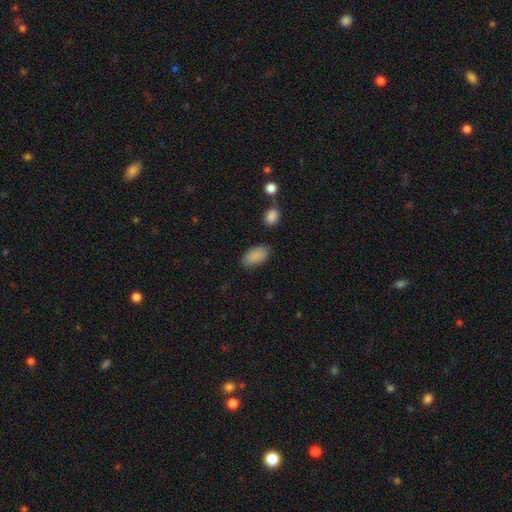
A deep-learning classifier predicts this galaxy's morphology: A smooth galaxy with no disk features (87%) that is in between round and cigar-shaped (94%). Merging: none (76%).